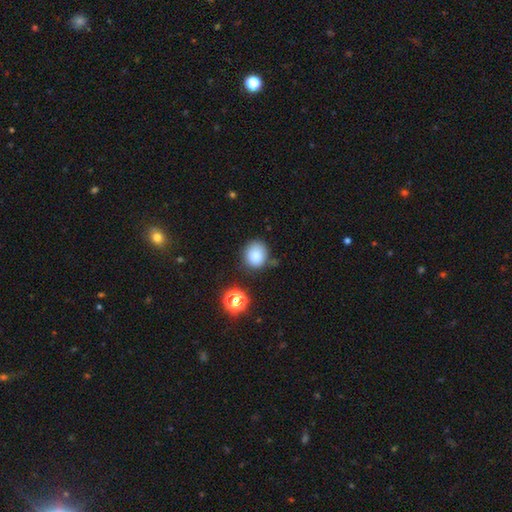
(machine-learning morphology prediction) Smooth or featured? Predicted: smooth (p=0.84). How rounded? Predicted: round (p=0.69). Merging? Predicted: none (p=0.72).